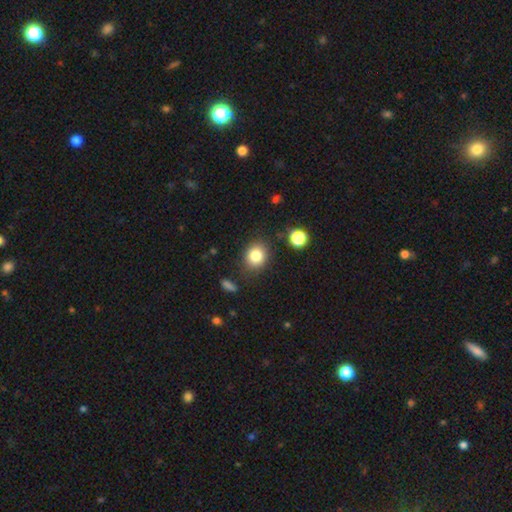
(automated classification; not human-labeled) Smooth or featured?
  - smooth: 82% *
  - star or artifact: 11%
  - featured or disk: 7%
How rounded?
  - round: 68% *
  - in between: 31%
  - cigar-shaped: 1%
Merging?
  - none: 83% *
  - minor disturbance: 11%
  - major disturbance: 3%
  - merger: 3%